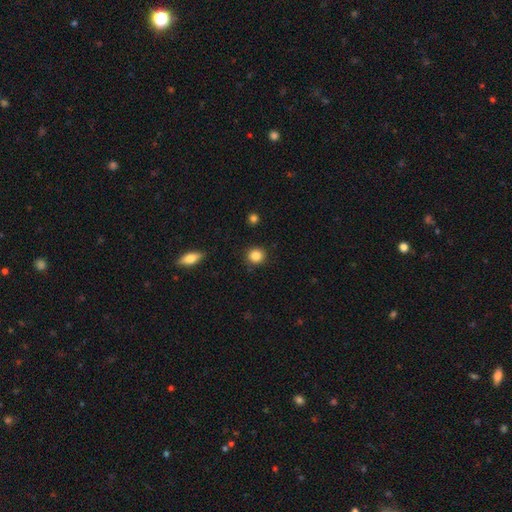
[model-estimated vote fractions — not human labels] Smooth or featured: smooth — 86% (star or artifact — 10%)
How rounded: round — 91% (in between — 8%)
Merging: none — 89% (minor disturbance — 7%)